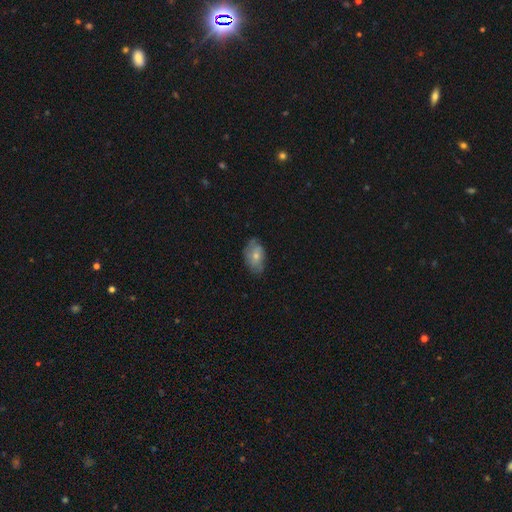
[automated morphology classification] This appears to be a smooth galaxy with no disk features (60%) that is in between round and cigar-shaped (89%). Merging: none (65%).